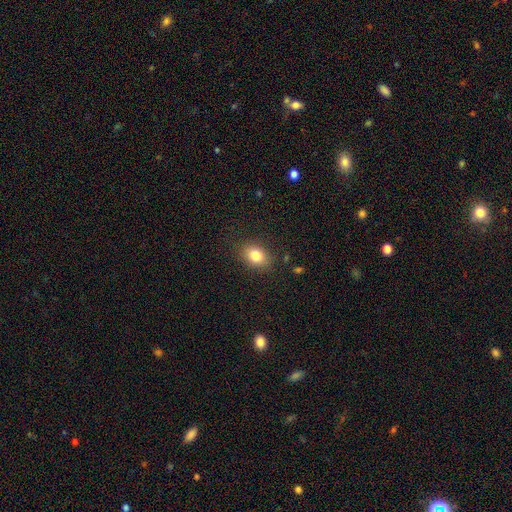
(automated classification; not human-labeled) smooth-or-featured: smooth: 82% | star or artifact: 10% | featured or disk: 8%
  how-rounded: in between: 70% | round: 28% | cigar-shaped: 1%
  merging: none: 84% | minor disturbance: 12% | major disturbance: 3% | merger: 1%